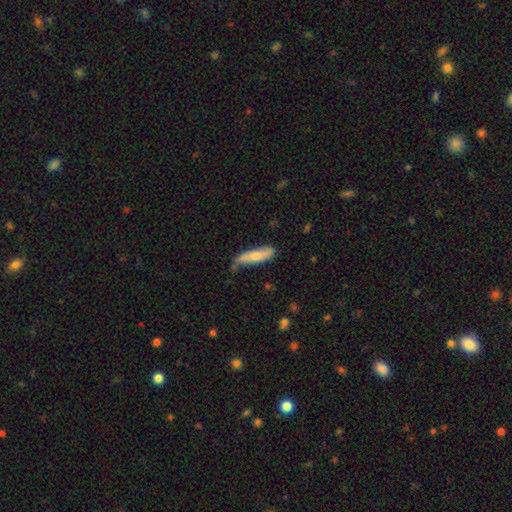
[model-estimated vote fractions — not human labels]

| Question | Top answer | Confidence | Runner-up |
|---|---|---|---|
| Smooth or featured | smooth | 66% | featured or disk (28%) |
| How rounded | cigar-shaped | 73% | in between (25%) |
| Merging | none | 57% | minor disturbance (32%) |